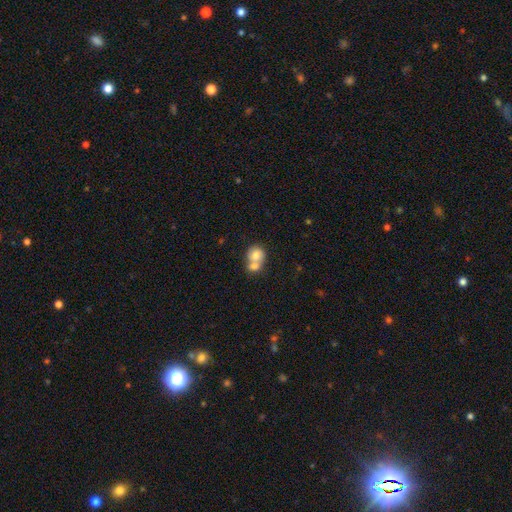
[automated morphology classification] Smooth or featured? smooth (75%)
How rounded? round (75%)
Merging? merger (64%)